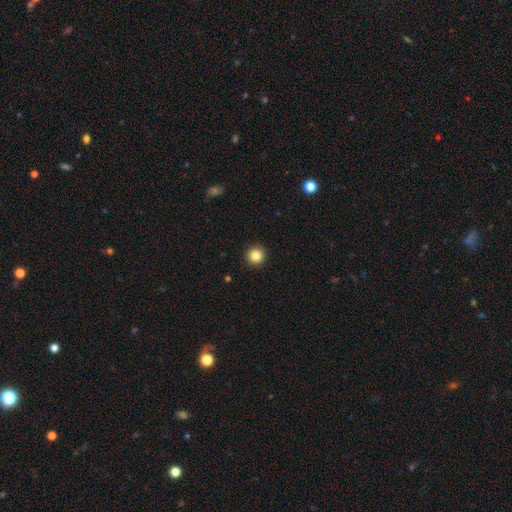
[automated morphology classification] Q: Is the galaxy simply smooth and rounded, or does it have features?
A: smooth — 85%.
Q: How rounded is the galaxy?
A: round — 96%.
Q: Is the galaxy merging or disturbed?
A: none — 93%.